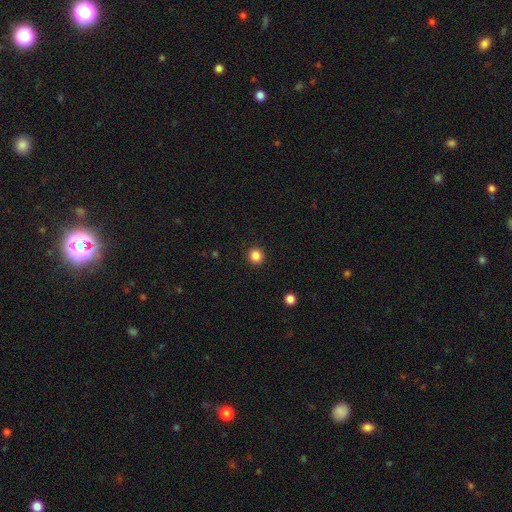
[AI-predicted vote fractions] Q: Smooth or featured?
A: smooth (85%); runner-up: star or artifact (12%)
Q: How rounded?
A: round (94%); runner-up: in between (5%)
Q: Merging?
A: none (92%); runner-up: minor disturbance (5%)